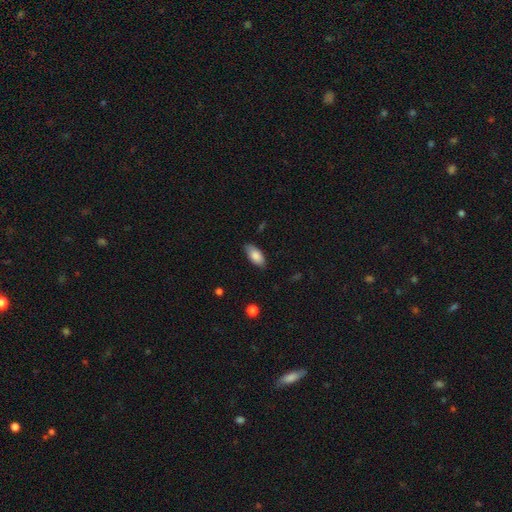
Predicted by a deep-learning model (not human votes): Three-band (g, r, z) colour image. It shows a smooth galaxy with no disk features (85%) that is in between round and cigar-shaped (91%). Merging: none (84%).